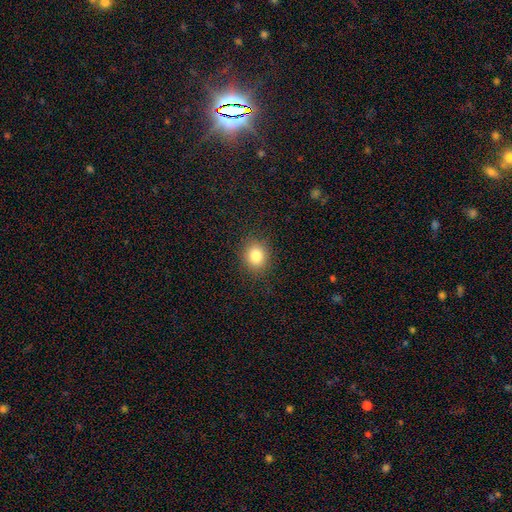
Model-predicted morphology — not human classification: A smooth galaxy with no disk features (83%) that is round (61%). Merging: none (88%).